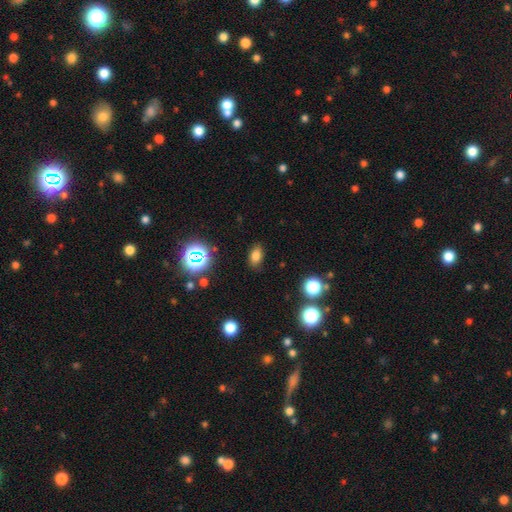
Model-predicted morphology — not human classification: The model was most divided on "smooth or featured": smooth: 76%, star or artifact: 17%, featured or disk: 7%. More confident: how rounded — in between (85%); merging — none (85%).